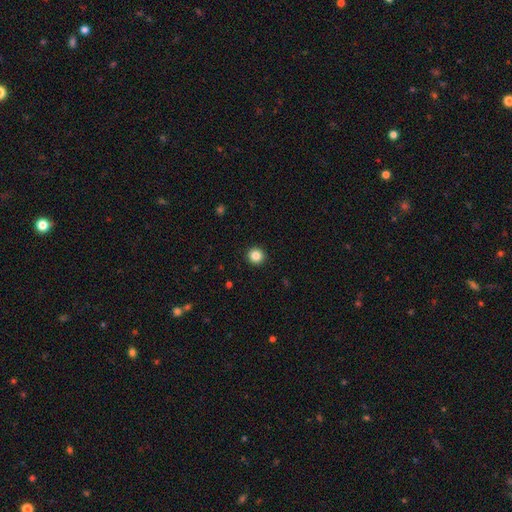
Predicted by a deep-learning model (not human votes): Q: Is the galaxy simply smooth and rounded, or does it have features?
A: smooth — 85%.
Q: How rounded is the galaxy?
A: round — 95%.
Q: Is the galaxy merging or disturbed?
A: none — 94%.